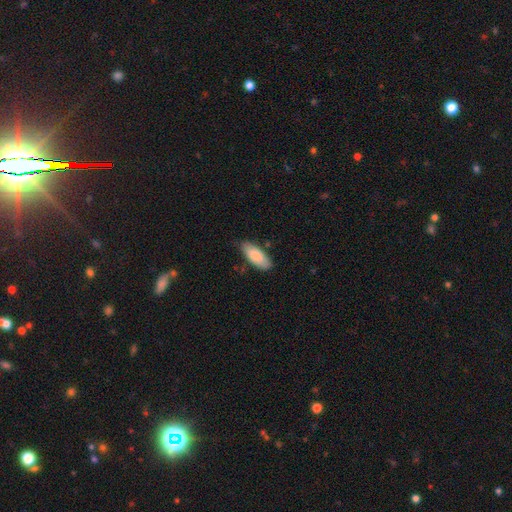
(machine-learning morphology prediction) smooth_or_featured: smooth (p=0.85) [alt: featured or disk p=0.09]
how_rounded: in between (p=0.82) [alt: cigar-shaped p=0.17]
merging: none (p=0.74) [alt: minor disturbance p=0.21]